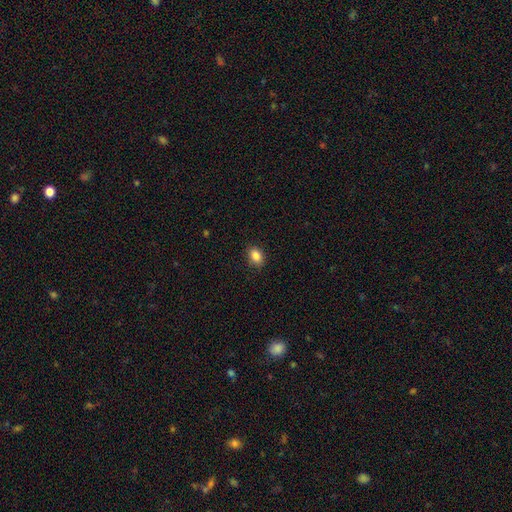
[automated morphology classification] Smooth or featured? smooth (86%)
How rounded? in between (75%)
Merging? none (87%)